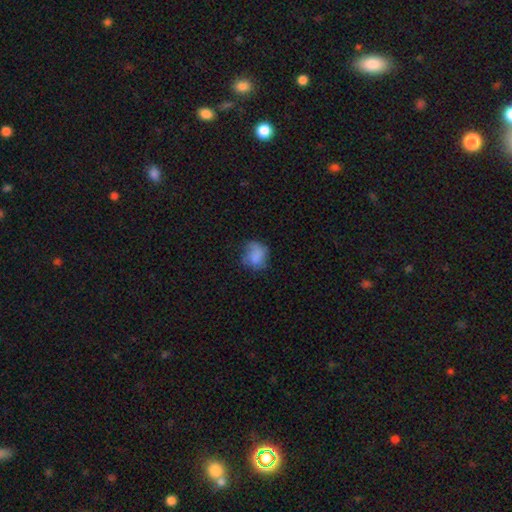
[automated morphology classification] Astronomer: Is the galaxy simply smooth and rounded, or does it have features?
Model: smooth — 75%.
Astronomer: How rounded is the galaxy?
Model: round — 65%.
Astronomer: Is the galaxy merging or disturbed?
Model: none — 52% (runner-up: minor disturbance, 30%).